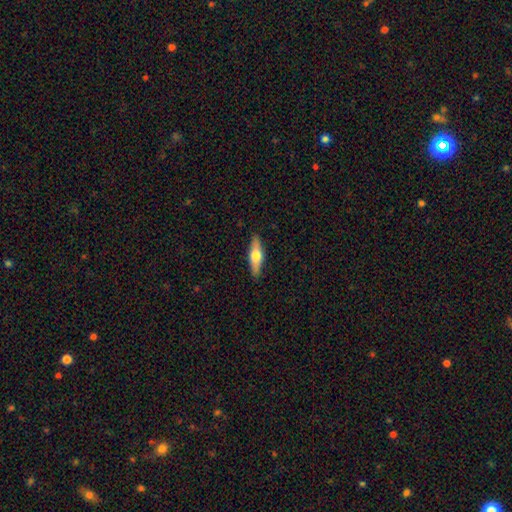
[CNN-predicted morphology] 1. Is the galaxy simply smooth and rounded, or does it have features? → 49% smooth, 45% featured or disk, 6% star or artifact.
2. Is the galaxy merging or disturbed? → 89% none, 8% minor disturbance, 2% major disturbance, 1% merger.